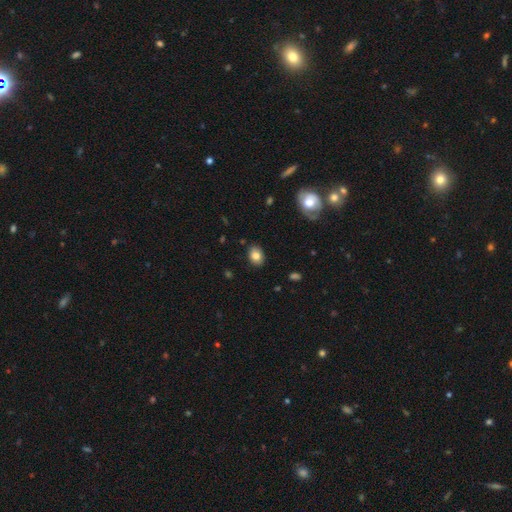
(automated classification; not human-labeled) Smooth or featured? smooth (82%)
How rounded? in between (69%)
Merging? none (86%)